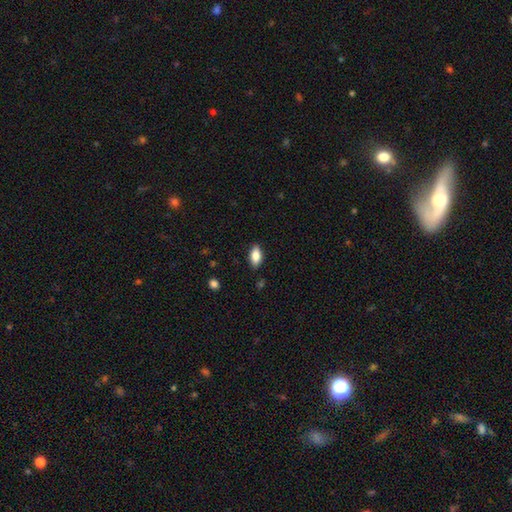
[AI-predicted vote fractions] Smooth or featured? Predicted: smooth (p=0.81). How rounded? Predicted: in between (p=0.88). Merging? Predicted: none (p=0.86).